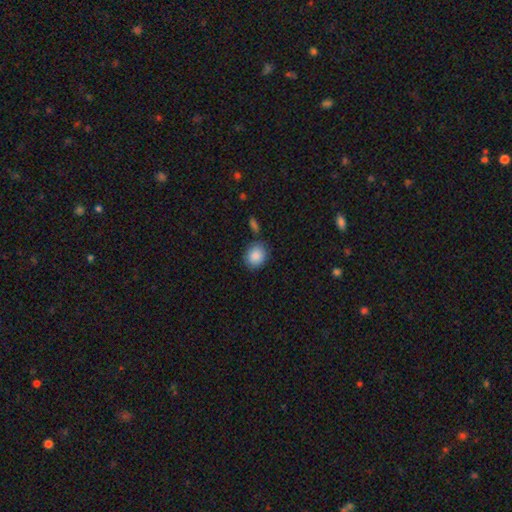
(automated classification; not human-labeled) smooth_or_featured: smooth (p=0.88) [alt: star or artifact p=0.07]
how_rounded: round (p=0.61) [alt: in between p=0.38]
merging: none (p=0.79) [alt: minor disturbance p=0.12]